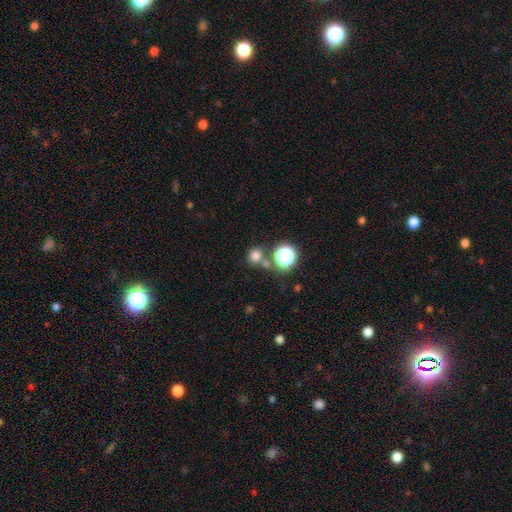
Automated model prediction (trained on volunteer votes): smooth-or-featured: smooth: 73% | star or artifact: 20% | featured or disk: 7%
  how-rounded: round: 82% | in between: 17% | cigar-shaped: 1%
  merging: none: 66% | merger: 21% | minor disturbance: 10% | major disturbance: 4%